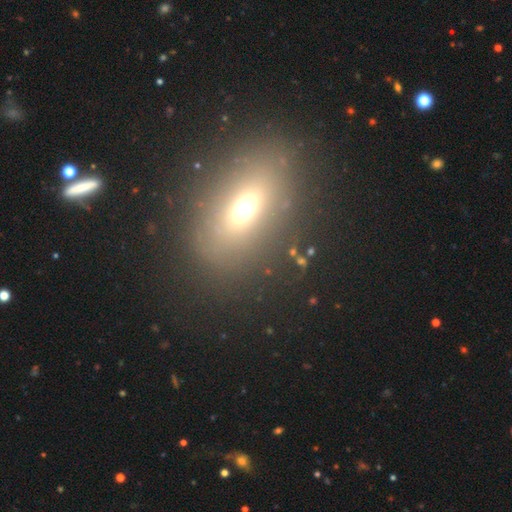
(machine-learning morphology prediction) A smooth galaxy with no disk features (51%) that is in between round and cigar-shaped (75%). Merging: none (85%).